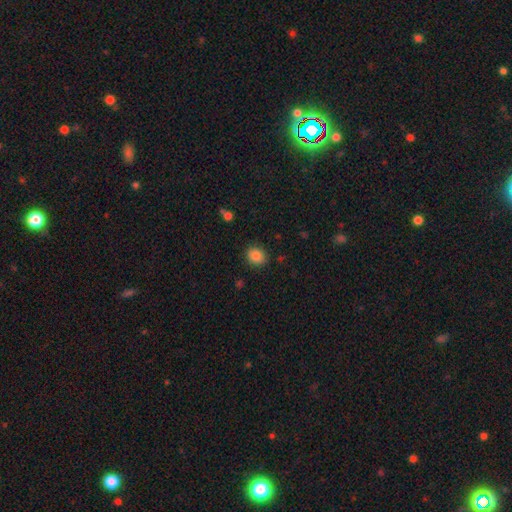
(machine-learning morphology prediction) This is clearly a smooth galaxy (86%). How rounded: likely round (63%). Merging: clearly none (85%).